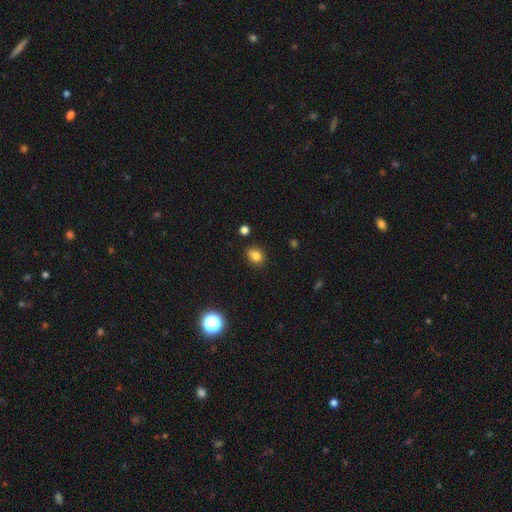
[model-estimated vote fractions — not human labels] The model was most divided on "how rounded": in between: 53%, round: 46%, cigar-shaped: 1%. More confident: smooth or featured — smooth (81%); merging — none (77%).